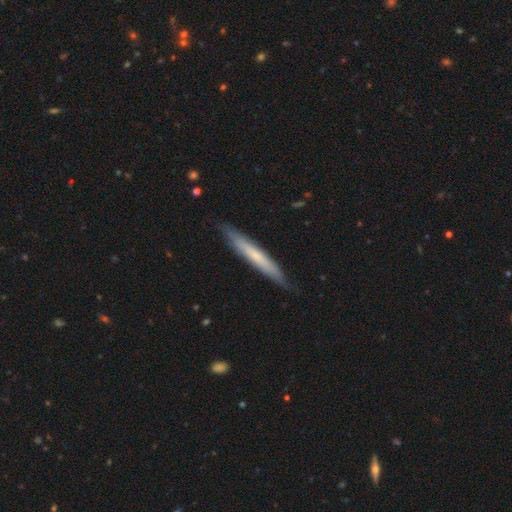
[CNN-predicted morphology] This appears to be a smooth galaxy with no disk features (54%) that is cigar-shaped (95%). Merging: none (85%).